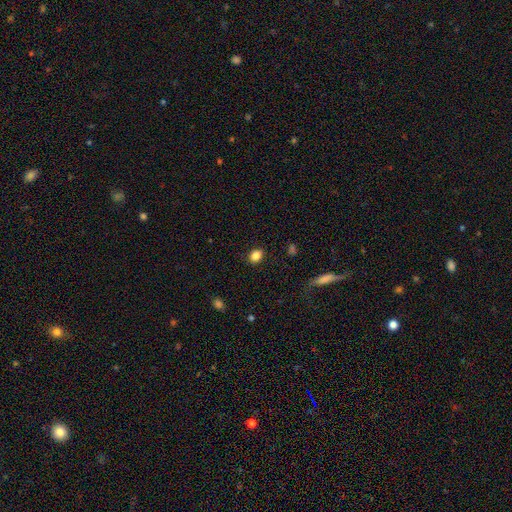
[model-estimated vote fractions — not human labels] A smooth galaxy with no disk features (85%) that is in between round and cigar-shaped (60%).

Vote fractions:
- Smooth or featured? smooth: 85% / star or artifact: 10% / featured or disk: 5%
- How rounded? in between: 60% / round: 39% / cigar-shaped: 1%
- Merging? none: 87% / minor disturbance: 9% / major disturbance: 3% / merger: 1%